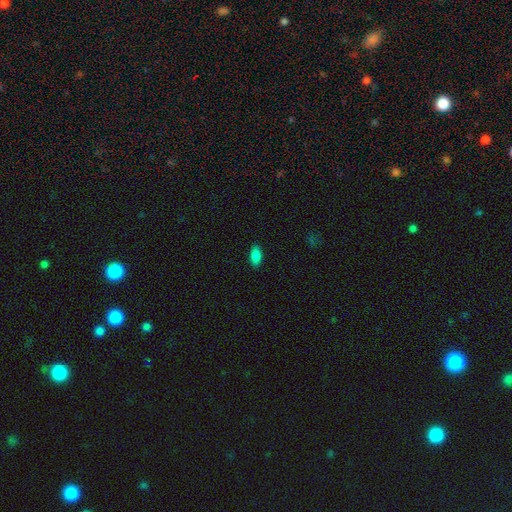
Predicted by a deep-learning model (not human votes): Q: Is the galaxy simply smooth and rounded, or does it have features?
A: smooth — 85%.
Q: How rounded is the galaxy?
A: in between — 90%.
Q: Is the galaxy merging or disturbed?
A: none — 88%.